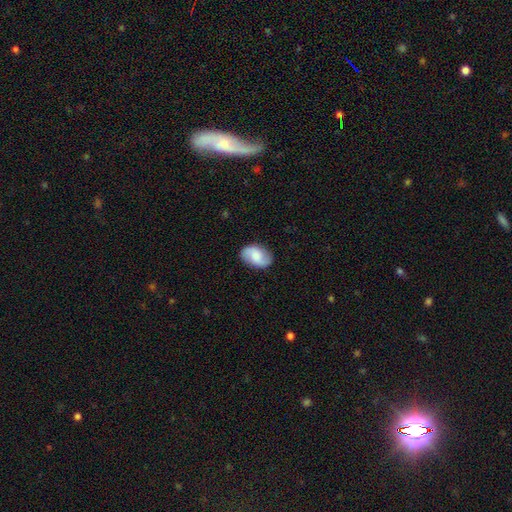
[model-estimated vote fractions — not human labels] smooth-or-featured: featured or disk: 48% | smooth: 45% | star or artifact: 8%
  merging: none: 85% | minor disturbance: 11% | major disturbance: 3% | merger: 1%